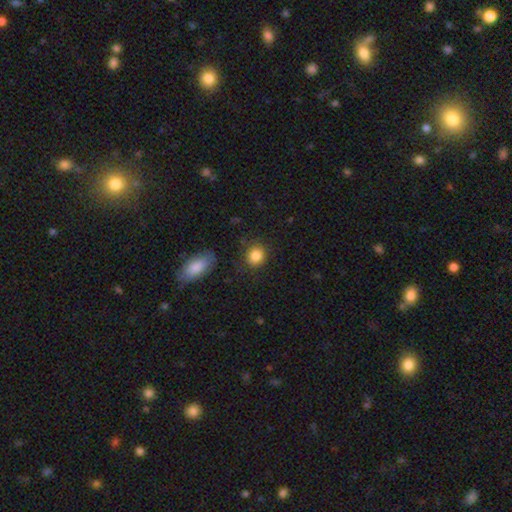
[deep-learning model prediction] Smooth or featured: smooth — 86% (star or artifact — 9%)
How rounded: round — 80% (in between — 19%)
Merging: none — 81% (minor disturbance — 12%)